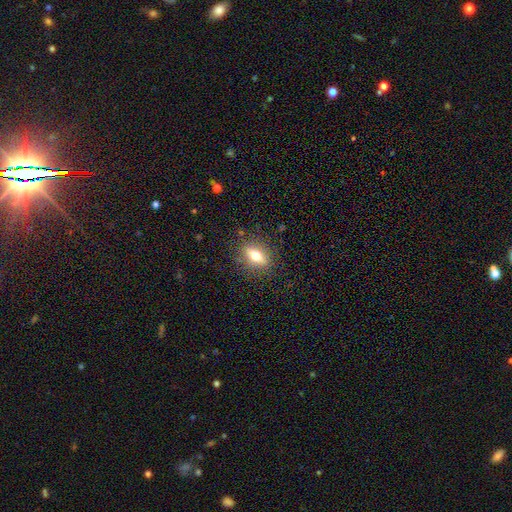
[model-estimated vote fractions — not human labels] Morphology: type=smooth (49%); merging=none (84%).